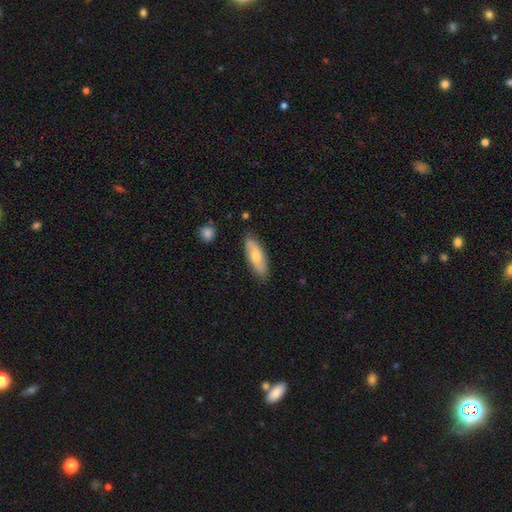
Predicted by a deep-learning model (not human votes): Smooth or featured?
  - smooth: 61% *
  - featured or disk: 34%
  - star or artifact: 6%
How rounded?
  - in between: 62% *
  - cigar-shaped: 36%
  - round: 3%
Merging?
  - none: 84% *
  - minor disturbance: 12%
  - major disturbance: 2%
  - merger: 2%